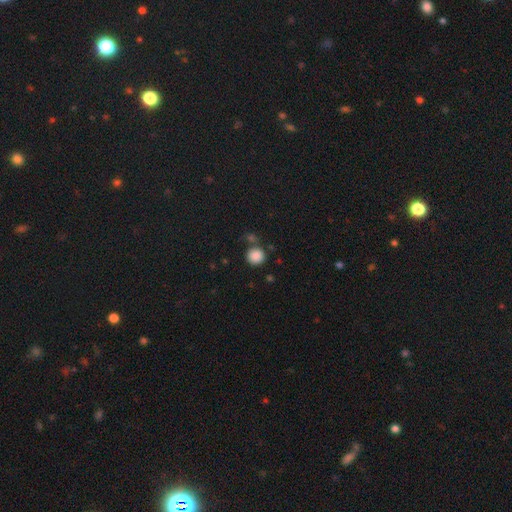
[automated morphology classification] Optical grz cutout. It shows a smooth galaxy with no disk features (87%) that is round (91%). Merging: none (73%).